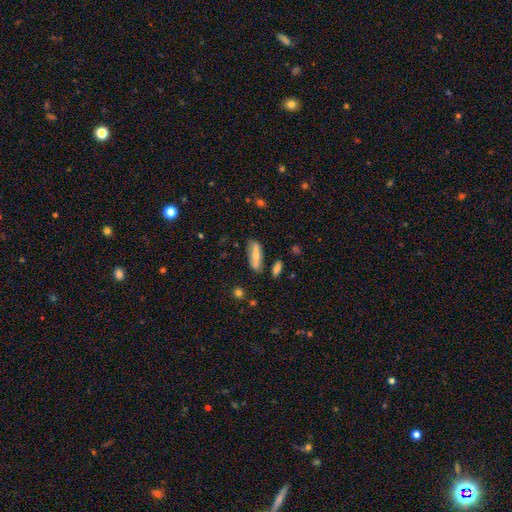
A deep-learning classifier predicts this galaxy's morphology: Q: Smooth or featured?
A: smooth (53%); runner-up: featured or disk (40%)
Q: How rounded?
A: in between (49%); runner-up: cigar-shaped (48%)
Q: Merging?
A: none (80%); runner-up: minor disturbance (13%)